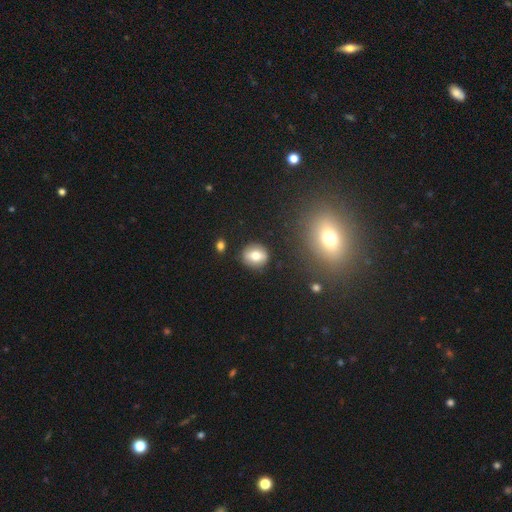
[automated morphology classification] A smooth galaxy with no disk features (71%) that is round (75%). Merging: none (86%).